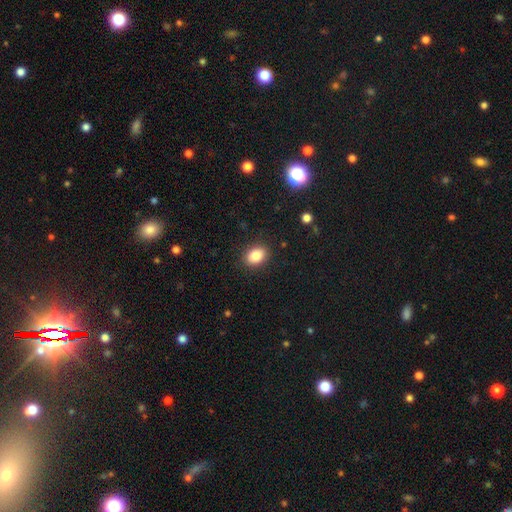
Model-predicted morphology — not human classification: smooth-or-featured: smooth: 85% | star or artifact: 9% | featured or disk: 6%
  how-rounded: in between: 72% | round: 27% | cigar-shaped: 1%
  merging: none: 88% | minor disturbance: 8% | major disturbance: 2% | merger: 1%